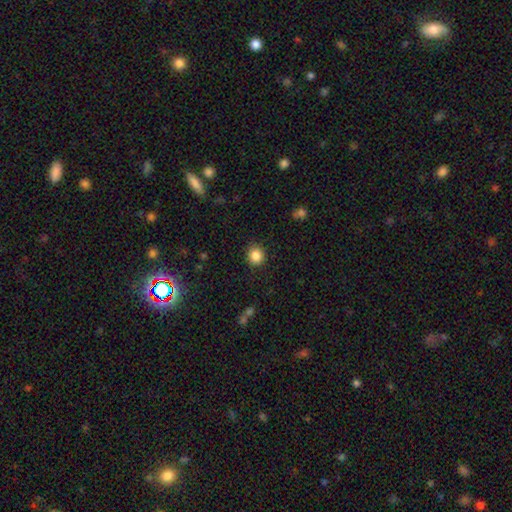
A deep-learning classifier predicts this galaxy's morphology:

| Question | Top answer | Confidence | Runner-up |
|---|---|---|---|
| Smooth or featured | smooth | 86% | star or artifact (10%) |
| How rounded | round | 86% | in between (13%) |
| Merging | none | 89% | minor disturbance (7%) |